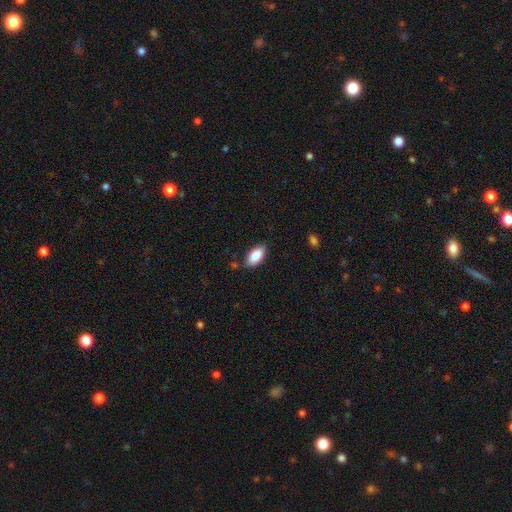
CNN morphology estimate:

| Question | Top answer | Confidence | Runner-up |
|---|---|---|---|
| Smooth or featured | smooth | 88% | star or artifact (6%) |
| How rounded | in between | 92% | cigar-shaped (5%) |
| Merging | none | 82% | minor disturbance (13%) |